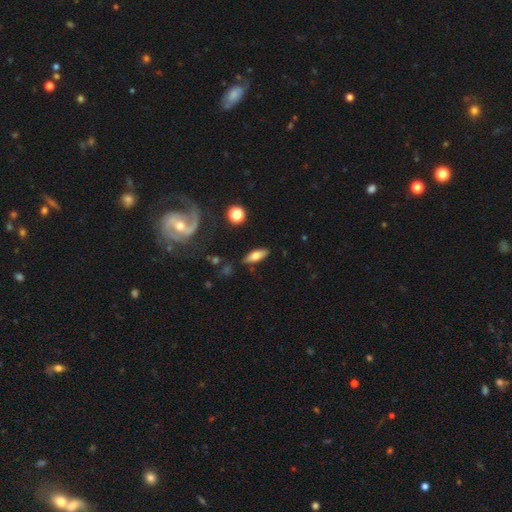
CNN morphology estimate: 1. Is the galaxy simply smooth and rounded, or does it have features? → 66% smooth, 27% featured or disk, 8% star or artifact.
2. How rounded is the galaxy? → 71% in between, 25% cigar-shaped, 4% round.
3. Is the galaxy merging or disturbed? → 84% none, 11% minor disturbance, 3% major disturbance, 2% merger.